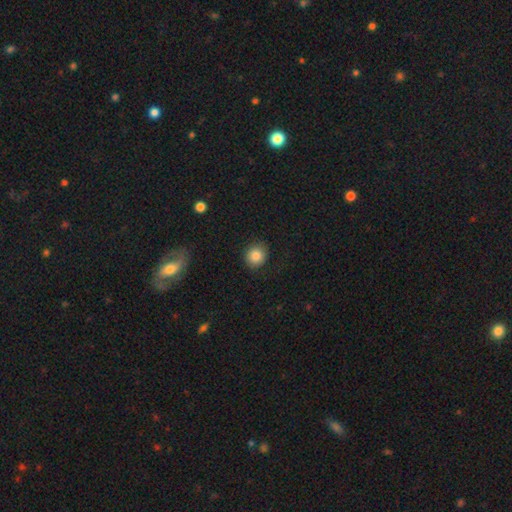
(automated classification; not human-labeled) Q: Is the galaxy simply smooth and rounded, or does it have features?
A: smooth — 86%.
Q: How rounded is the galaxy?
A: round — 86%.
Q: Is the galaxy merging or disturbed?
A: none — 86%.